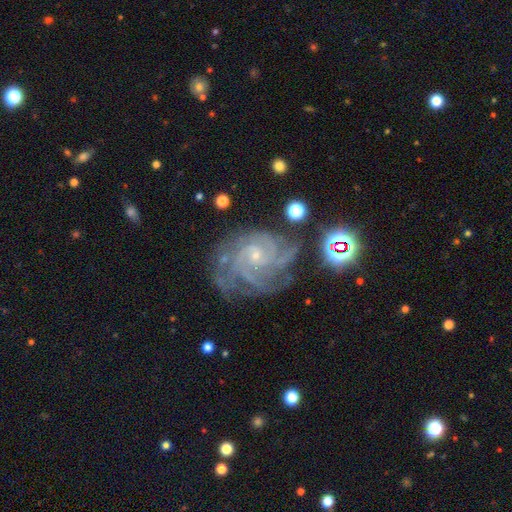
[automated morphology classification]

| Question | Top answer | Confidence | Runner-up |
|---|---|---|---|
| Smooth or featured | featured or disk | 87% | star or artifact (8%) |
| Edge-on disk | no | 98% | yes (2%) |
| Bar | no | 68% | weak (25%) |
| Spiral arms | yes | 98% | no (2%) |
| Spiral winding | tight | 66% | medium (30%) |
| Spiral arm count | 4 | 32% | 3 (19%) |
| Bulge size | small | 83% | moderate (13%) |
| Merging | none | 68% | minor disturbance (19%) |